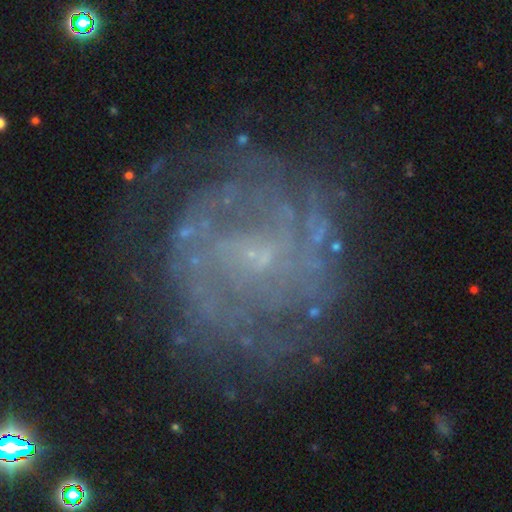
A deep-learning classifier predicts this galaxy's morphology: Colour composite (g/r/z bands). It shows a featured or disk galaxy (79%) with no bar (47%), tight (54%) spiral arms (85%) and a small central bulge (69%). Merging: none (73%).